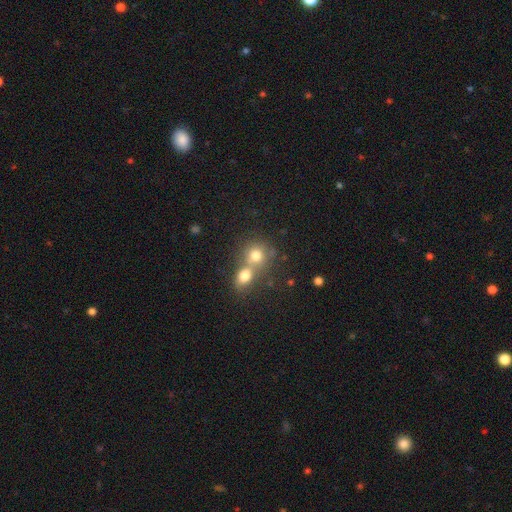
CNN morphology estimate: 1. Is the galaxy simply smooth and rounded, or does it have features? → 74% smooth, 13% featured or disk, 13% star or artifact.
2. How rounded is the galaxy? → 77% round, 22% in between, 1% cigar-shaped.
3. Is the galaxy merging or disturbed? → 55% merger, 35% none, 7% minor disturbance, 3% major disturbance.